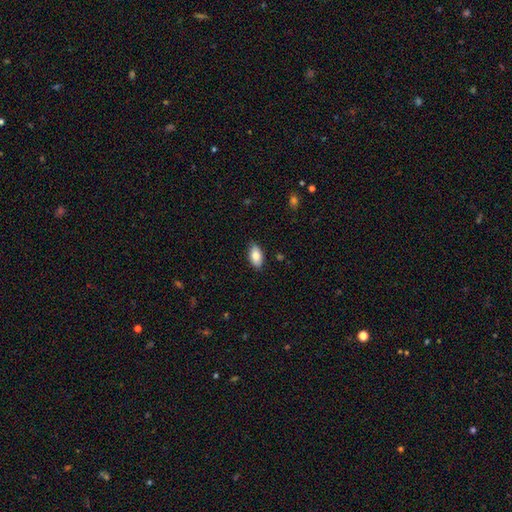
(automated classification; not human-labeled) A smooth galaxy with no disk features (83%) that is in between round and cigar-shaped (93%). Merging: none (87%).